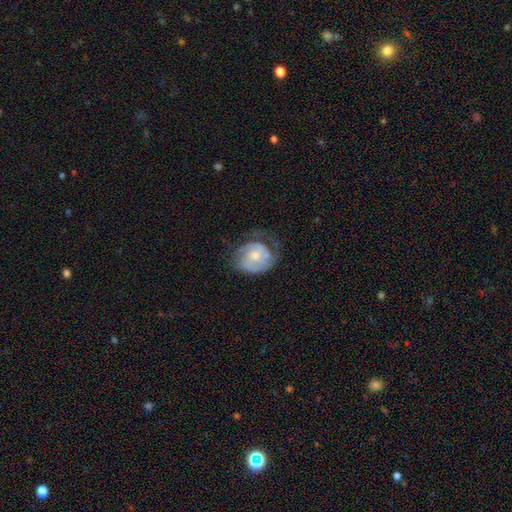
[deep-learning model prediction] The model was most divided on "bulge size": moderate: 51%, small: 38%, large: 5%, none: 5%, dominant: 1%. Remaining: edge-on disk — no (97%); spiral arms — yes (87%); smooth or featured — featured or disk (72%); bar — no (67%); spiral winding — tight (51%); spiral arm count — 2 (49%); merging — none (48%).